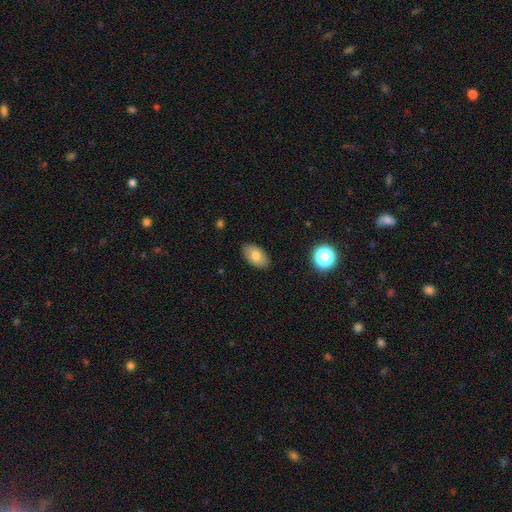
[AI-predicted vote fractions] A smooth galaxy with no disk features (77%) that is in between round and cigar-shaped (92%).

Vote fractions:
- Smooth or featured? smooth: 77% / featured or disk: 15% / star or artifact: 8%
- How rounded? in between: 92% / round: 6% / cigar-shaped: 1%
- Merging? none: 87% / minor disturbance: 10% / major disturbance: 2% / merger: 1%